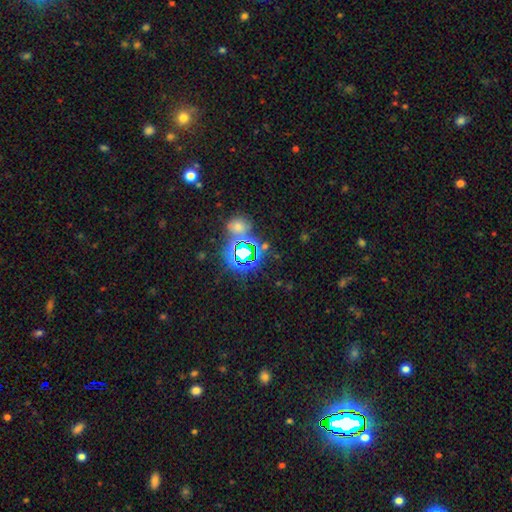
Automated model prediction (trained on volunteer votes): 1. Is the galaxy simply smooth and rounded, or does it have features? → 63% star or artifact, 28% smooth, 9% featured or disk.